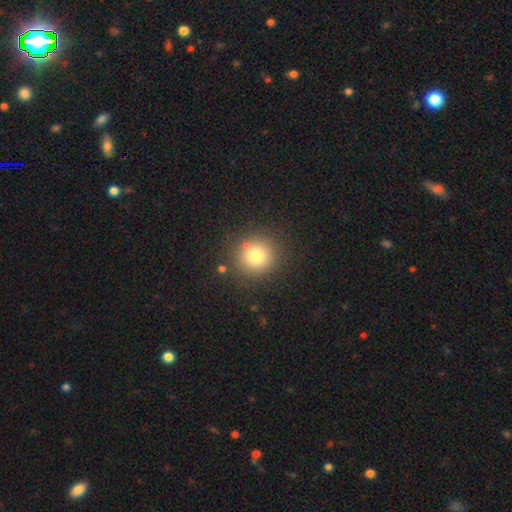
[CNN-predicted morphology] smooth-or-featured: smooth: 78% | star or artifact: 13% | featured or disk: 9%
  how-rounded: round: 92% | in between: 7% | cigar-shaped: 1%
  merging: none: 85% | minor disturbance: 8% | merger: 4% | major disturbance: 3%